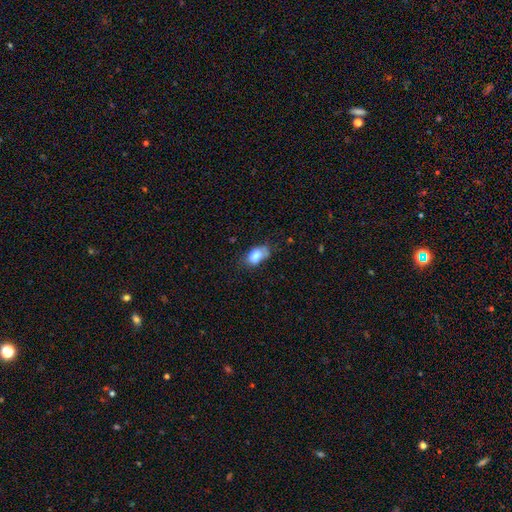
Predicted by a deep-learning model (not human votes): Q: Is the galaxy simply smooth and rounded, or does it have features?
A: smooth — 81%.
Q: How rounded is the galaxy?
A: in between — 87%.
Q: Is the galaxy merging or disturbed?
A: none — 50%.